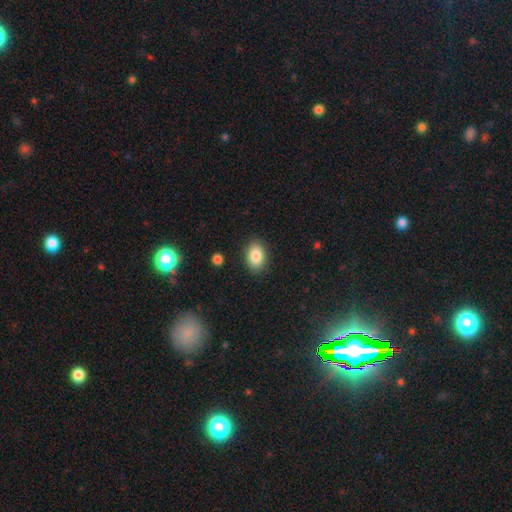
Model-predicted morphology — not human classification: Smooth or featured? smooth (86%)
How rounded? in between (83%)
Merging? none (87%)